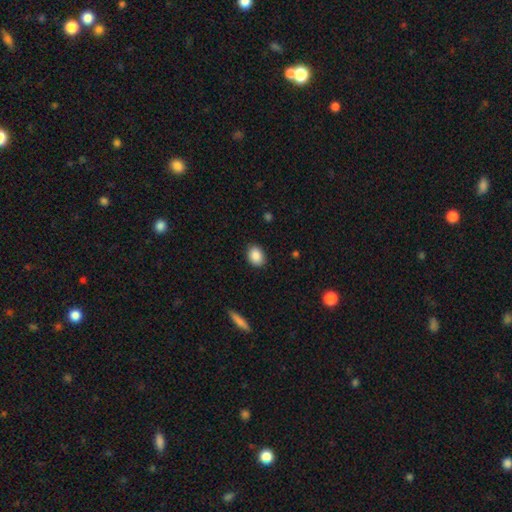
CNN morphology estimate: Smooth or featured?
  - smooth: 89% *
  - star or artifact: 8%
  - featured or disk: 4%
How rounded?
  - in between: 66% *
  - round: 32%
  - cigar-shaped: 1%
Merging?
  - none: 87% *
  - minor disturbance: 10%
  - major disturbance: 2%
  - merger: 1%